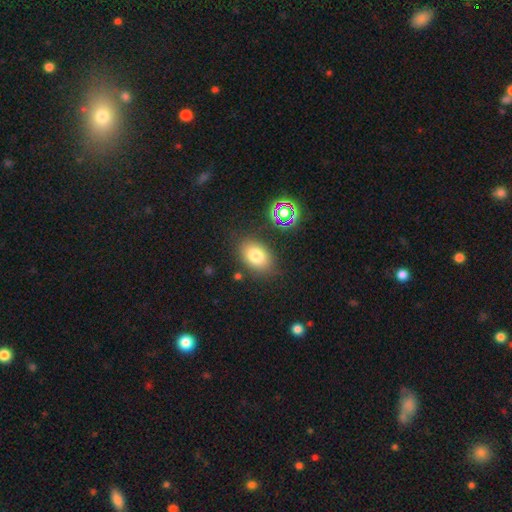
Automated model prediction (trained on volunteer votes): Smooth or featured? smooth (77%)
How rounded? in between (79%)
Merging? none (81%)